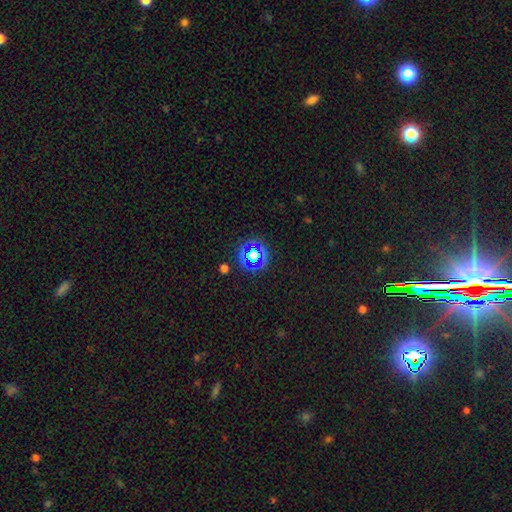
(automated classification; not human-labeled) Q: Smooth or featured?
A: star or artifact (60%); runner-up: smooth (30%)